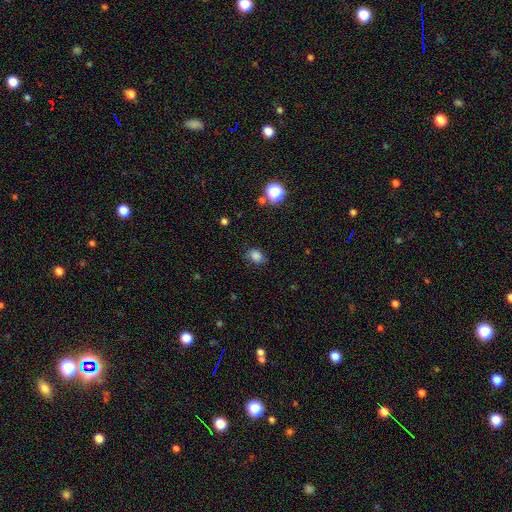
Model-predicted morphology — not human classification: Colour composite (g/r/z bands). It shows a smooth galaxy with no disk features (82%) that is in between round and cigar-shaped (62%). Merging: none (76%).